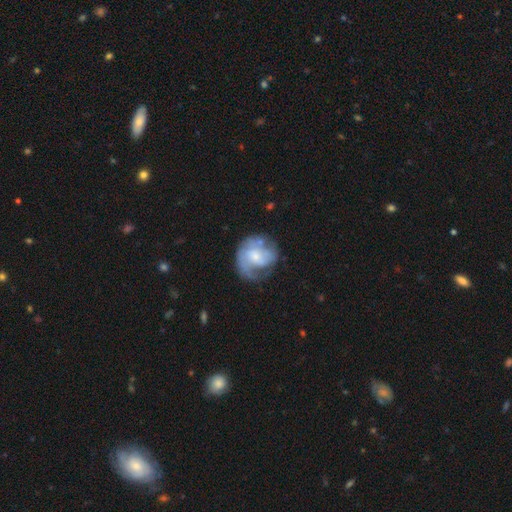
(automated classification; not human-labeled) A featured or disk galaxy (62%) with no bar (67%), spiral arms (72%) and a small central bulge (48%). Merging: none (43%).